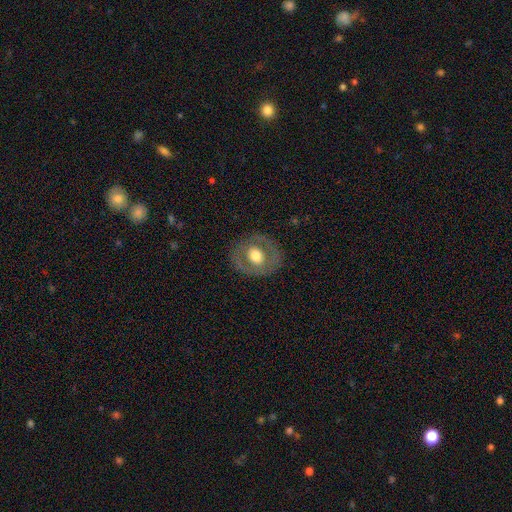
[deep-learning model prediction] Q: Smooth or featured?
A: featured or disk (47%); runner-up: smooth (46%)
Q: Merging?
A: none (81%); runner-up: minor disturbance (12%)